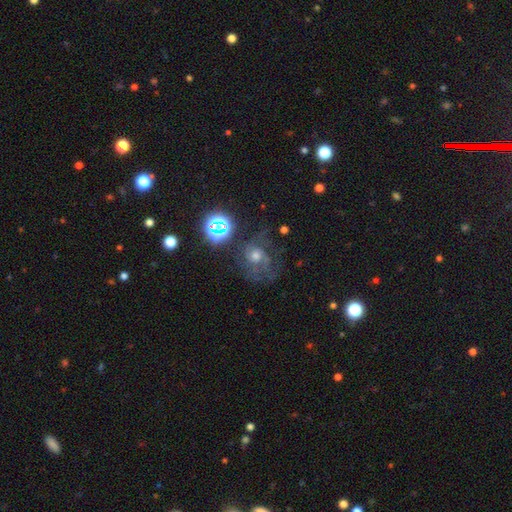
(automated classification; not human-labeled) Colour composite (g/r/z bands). It shows a featured or disk galaxy (55%) with no bar (79%), spiral arms (77%) and a moderate central bulge (56%). Merging: none (48%).